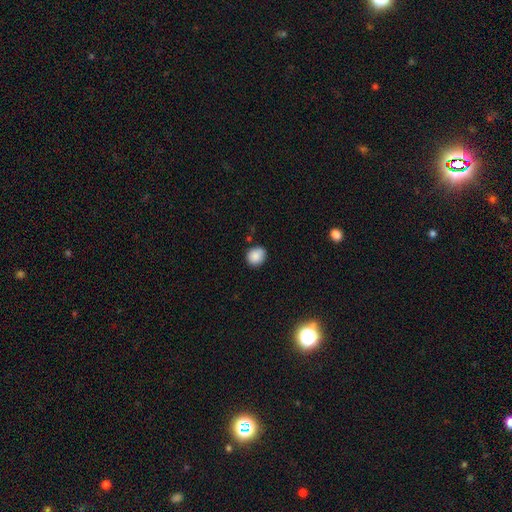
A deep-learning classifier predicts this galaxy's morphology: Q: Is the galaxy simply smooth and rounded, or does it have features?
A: smooth — 88%.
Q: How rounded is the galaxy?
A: round — 77%.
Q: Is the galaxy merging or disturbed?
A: none — 82%.